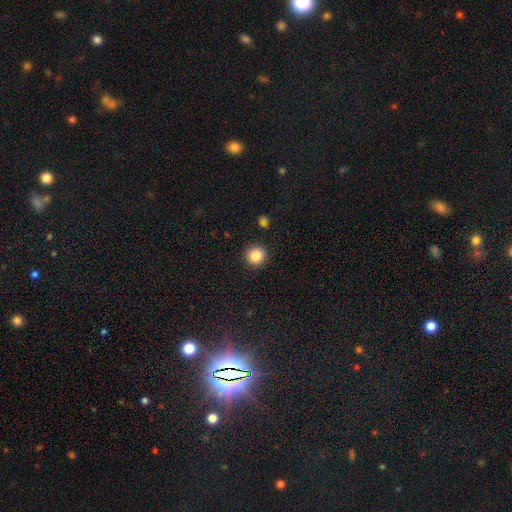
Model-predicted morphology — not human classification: Q: Smooth or featured?
A: smooth (87%); runner-up: star or artifact (10%)
Q: How rounded?
A: round (90%); runner-up: in between (9%)
Q: Merging?
A: none (90%); runner-up: minor disturbance (6%)